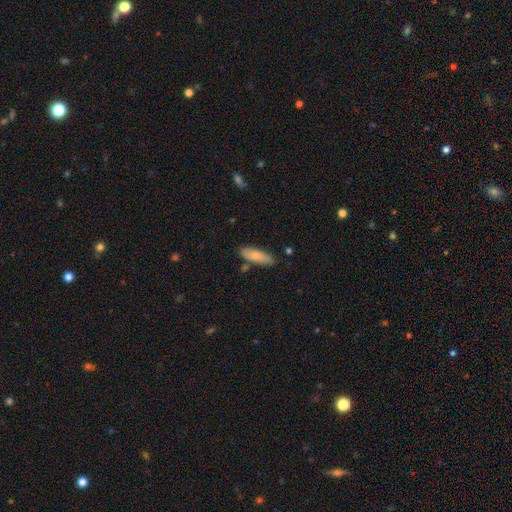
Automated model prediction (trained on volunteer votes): smooth 73%, featured or disk 22%, star or artifact 6%. Down the decision tree: how rounded — in between (57%); merging — none (76%).